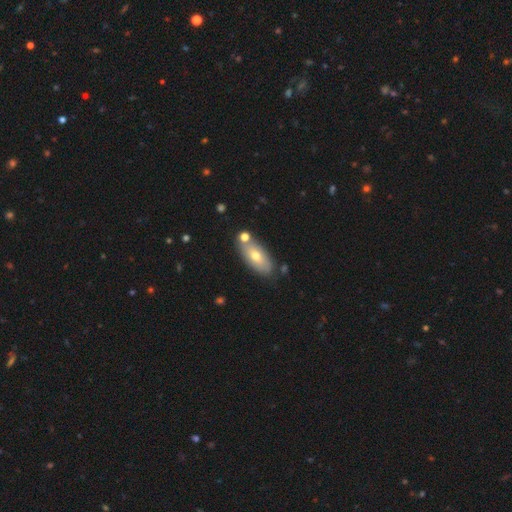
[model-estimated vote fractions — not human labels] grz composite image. It shows a smooth galaxy with no disk features (65%) that is in between round and cigar-shaped (86%). Merging: none (73%).